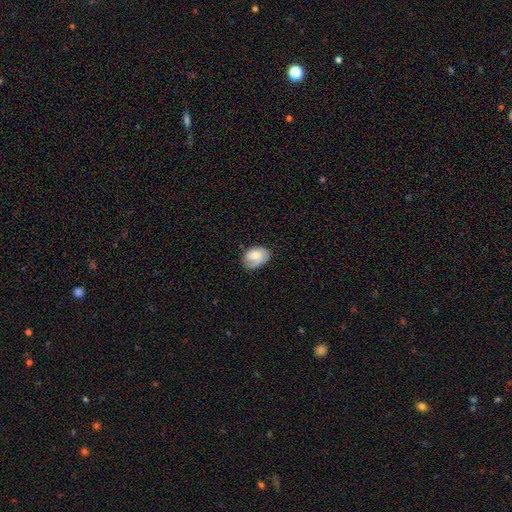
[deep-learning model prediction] Smooth or featured? Predicted: smooth (p=0.54). How rounded? Predicted: in between (p=0.78). Merging? Predicted: none (p=0.63).